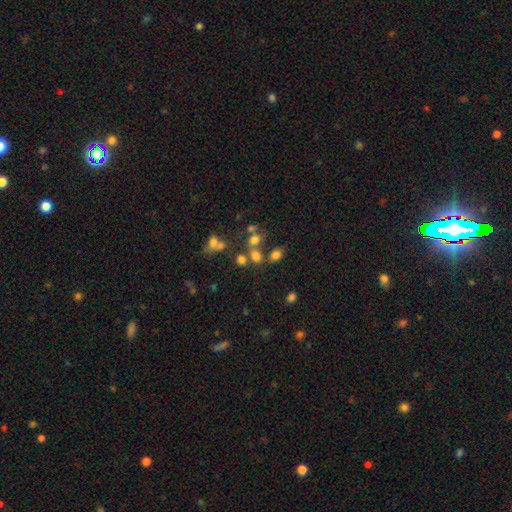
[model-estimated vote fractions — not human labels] smooth_or_featured: smooth (p=0.66) [alt: star or artifact p=0.21]
how_rounded: in between (p=0.57) [alt: round p=0.41]
merging: none (p=0.47) [alt: merger p=0.34]